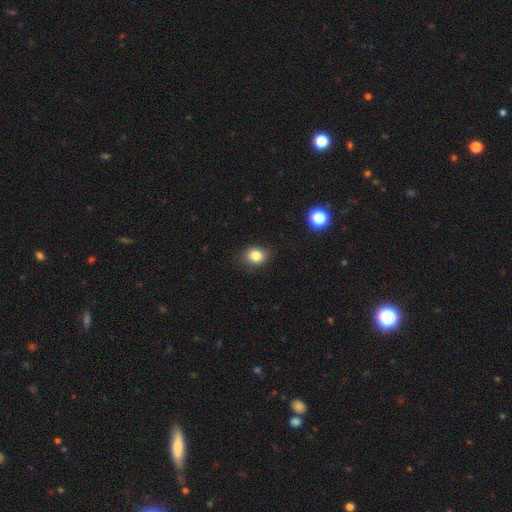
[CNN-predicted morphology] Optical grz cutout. It shows a smooth galaxy with no disk features (82%) that is round (60%). Merging: none (84%).